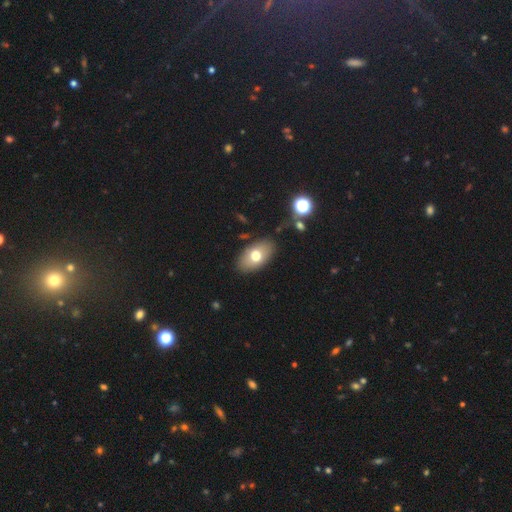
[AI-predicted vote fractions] Smooth or featured? Predicted: smooth (p=0.70). How rounded? Predicted: in between (p=0.91). Merging? Predicted: none (p=0.84).